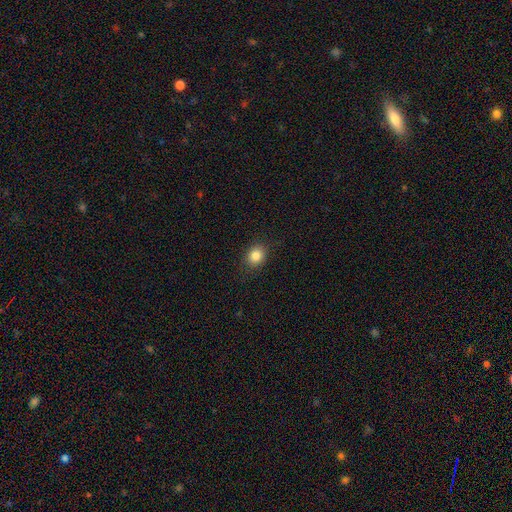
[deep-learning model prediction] Q: Smooth or featured?
A: smooth (84%); runner-up: star or artifact (11%)
Q: How rounded?
A: round (65%); runner-up: in between (34%)
Q: Merging?
A: none (87%); runner-up: minor disturbance (9%)